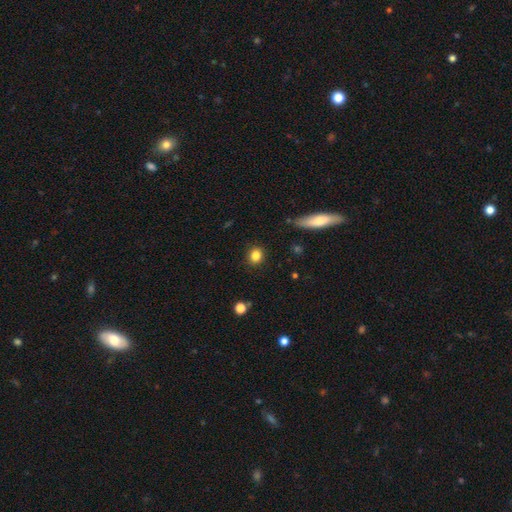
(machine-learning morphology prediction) Overall: smooth (84%). How rounded: round (73%). Merging: none (89%).